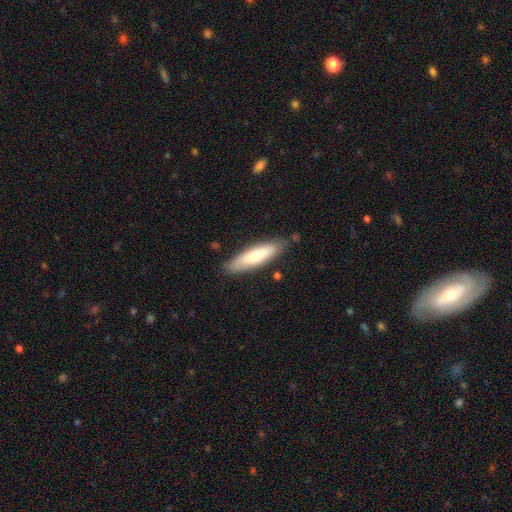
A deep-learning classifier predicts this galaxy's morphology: Smooth or featured?
  - smooth: 63% *
  - featured or disk: 31%
  - star or artifact: 5%
How rounded?
  - cigar-shaped: 67% *
  - in between: 31%
  - round: 1%
Merging?
  - none: 82% *
  - minor disturbance: 13%
  - major disturbance: 3%
  - merger: 2%